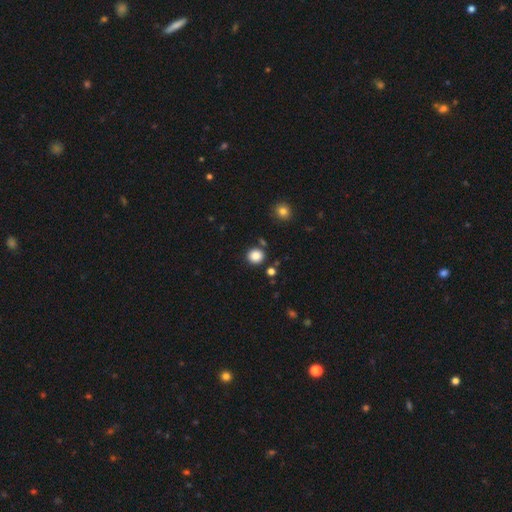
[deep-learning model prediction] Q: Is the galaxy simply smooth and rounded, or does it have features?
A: smooth — 85%.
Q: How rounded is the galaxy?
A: round — 89%.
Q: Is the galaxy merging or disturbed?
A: none — 86%.